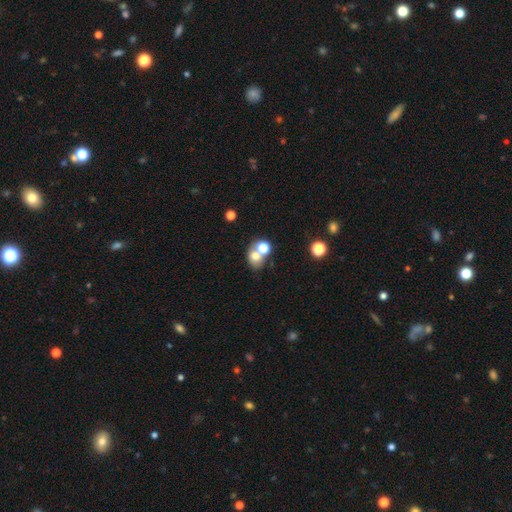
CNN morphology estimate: type=smooth (69%); roundness=round (55%); merging=merger (47%).